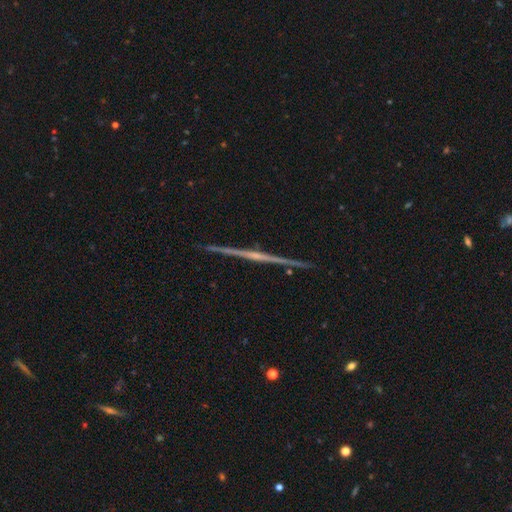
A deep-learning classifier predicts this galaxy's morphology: smooth-or-featured: featured or disk: 84% | smooth: 10% | star or artifact: 6%
  disk-edge-on: yes: 99% | no: 1%
    edge-on-bulge: rounded: 46% | none: 44% | boxy: 10%
  merging: none: 92% | minor disturbance: 5% | major disturbance: 1% | merger: 1%